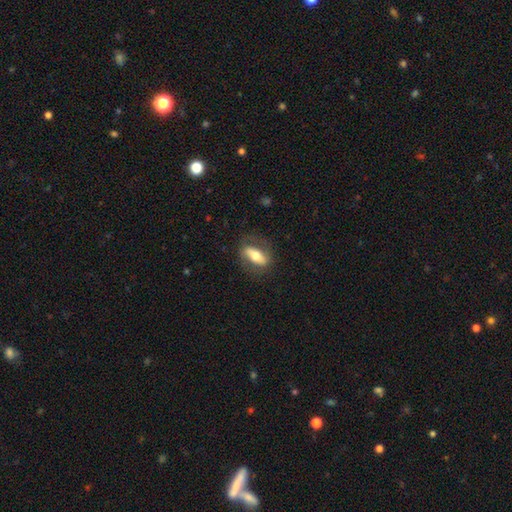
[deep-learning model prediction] Smooth or featured?
  - smooth: 52% *
  - featured or disk: 42%
  - star or artifact: 6%
How rounded?
  - in between: 67% *
  - cigar-shaped: 27%
  - round: 5%
Merging?
  - none: 75% *
  - minor disturbance: 16%
  - major disturbance: 8%
  - merger: 1%